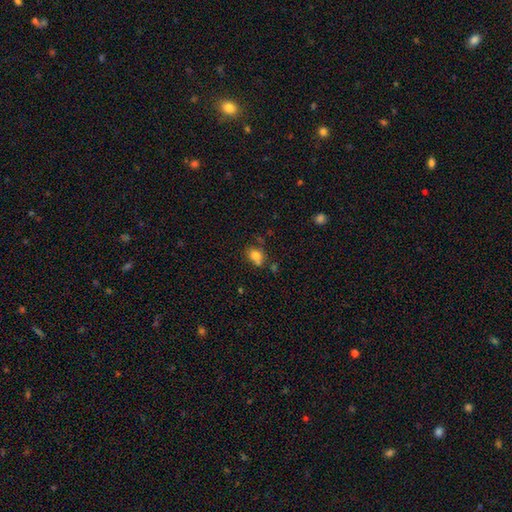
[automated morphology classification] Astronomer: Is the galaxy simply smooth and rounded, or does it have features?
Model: smooth — 78%.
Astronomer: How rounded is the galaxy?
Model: in between — 56% (runner-up: round, 42%).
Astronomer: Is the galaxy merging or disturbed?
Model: none — 50%.